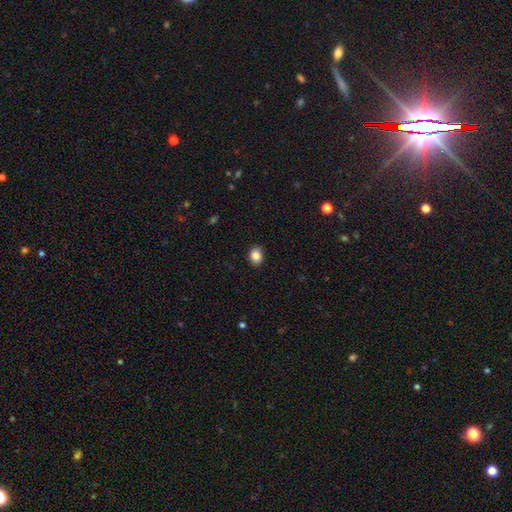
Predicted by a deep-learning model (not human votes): Q: Smooth or featured?
A: smooth (86%); runner-up: star or artifact (9%)
Q: How rounded?
A: in between (51%); runner-up: round (48%)
Q: Merging?
A: none (88%); runner-up: minor disturbance (9%)